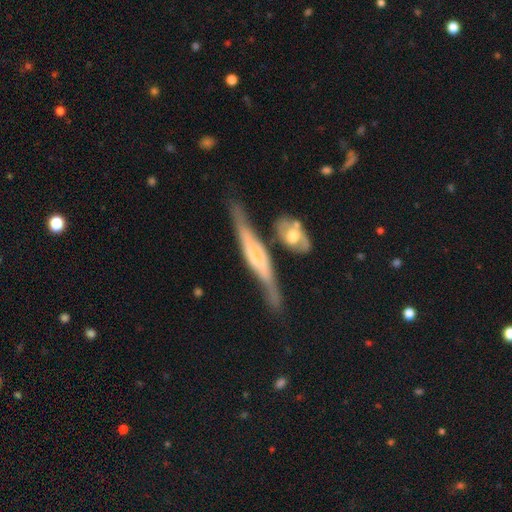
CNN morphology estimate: Q: Smooth or featured?
A: featured or disk (76%); runner-up: smooth (18%)
Q: Edge-on disk?
A: yes (87%); runner-up: no (13%)
Q: Edge-on bulge?
A: boxy (41%); runner-up: rounded (40%)
Q: Merging?
A: none (61%); runner-up: minor disturbance (20%)